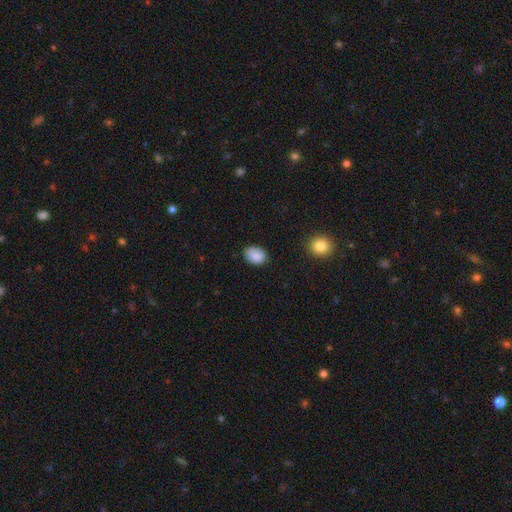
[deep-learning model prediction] smooth 88%, star or artifact 8%, featured or disk 4%. Down the decision tree: how rounded — in between (65%); merging — none (81%).